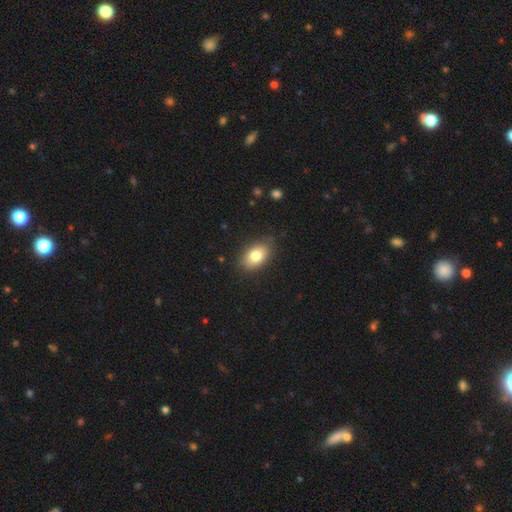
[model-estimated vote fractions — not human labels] smooth_or_featured: smooth (p=0.81) [alt: featured or disk p=0.11]
how_rounded: in between (p=0.88) [alt: round p=0.10]
merging: none (p=0.84) [alt: minor disturbance p=0.12]